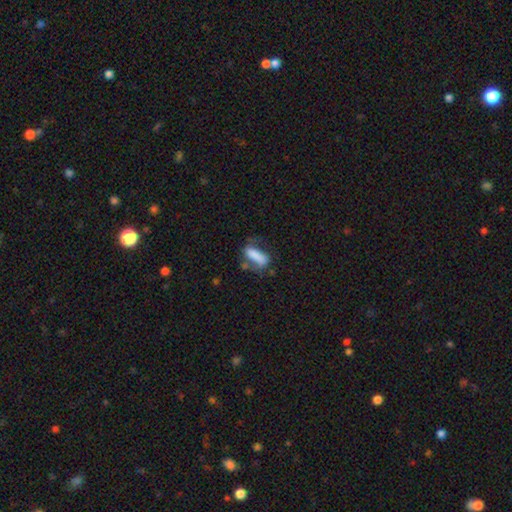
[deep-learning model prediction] This is likely a smooth galaxy (75%). How rounded: possibly in between (54%). Merging: marginally none (41%).